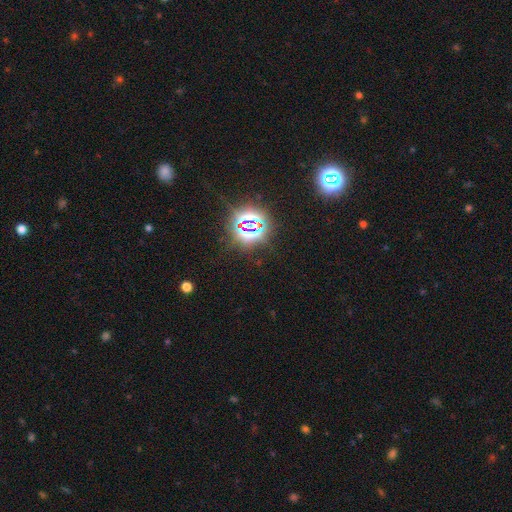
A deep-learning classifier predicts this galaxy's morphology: This appears to be a star or artifact, not a galaxy (78%).